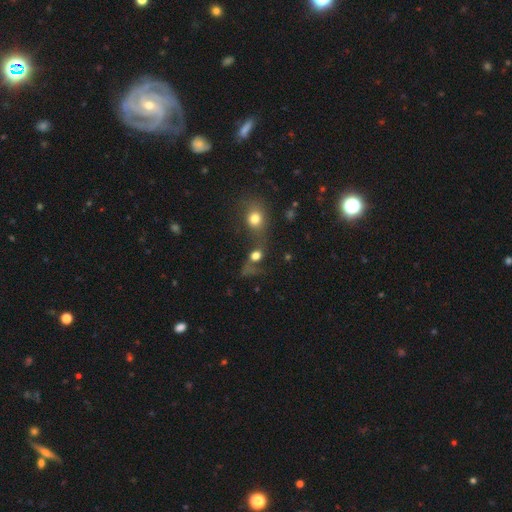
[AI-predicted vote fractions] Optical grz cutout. It shows a smooth galaxy with no disk features (61%) that is round (61%). Merging: merger (49%).